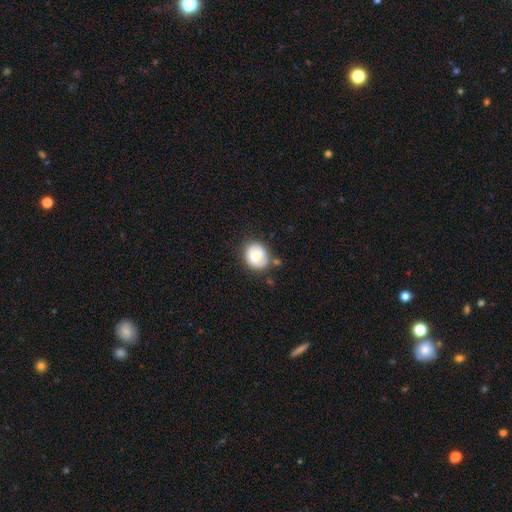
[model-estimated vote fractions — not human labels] Overall: smooth (61%; featured or disk 32%). How rounded: round (62%; in between 37%). Merging: none (60%; minor disturbance 25%).